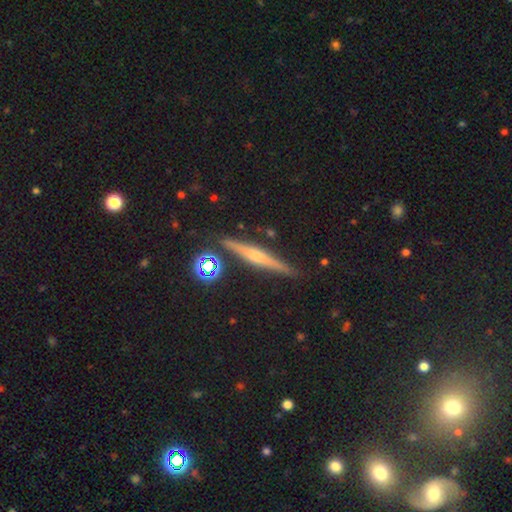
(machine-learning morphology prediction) A featured or disk galaxy (56%) viewed edge-on (96%) with a rounded central bulge (68%).

Vote fractions:
- Smooth or featured? featured or disk: 56% / smooth: 28% / star or artifact: 16%
- Edge-on disk? yes: 96% / no: 4%
- Edge-on bulge? rounded: 68% / none: 18% / boxy: 14%
- Merging? none: 88% / minor disturbance: 8% / merger: 3% / major disturbance: 2%